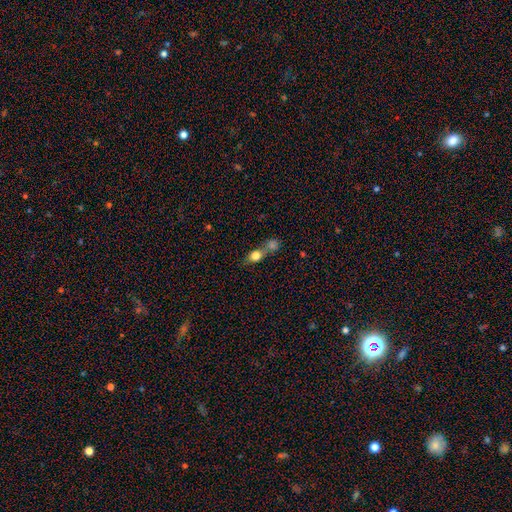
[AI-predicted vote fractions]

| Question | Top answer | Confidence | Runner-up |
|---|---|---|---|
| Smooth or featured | smooth | 76% | featured or disk (14%) |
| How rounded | round | 54% | in between (41%) |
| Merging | merger | 62% | none (26%) |